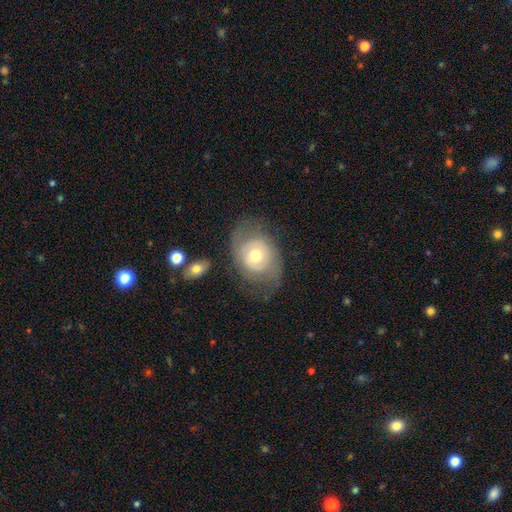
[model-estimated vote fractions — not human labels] This appears to be a featured or disk galaxy (59%) with no bar (73%), spiral arms (67%) and a moderate central bulge (66%). Merging: none (58%).